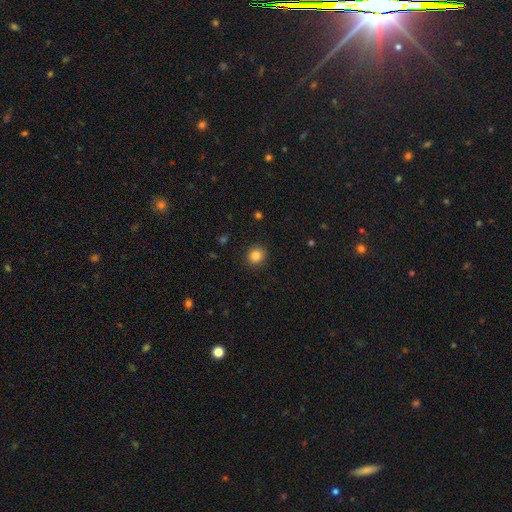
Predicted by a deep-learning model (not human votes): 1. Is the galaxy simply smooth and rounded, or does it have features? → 85% smooth, 10% star or artifact, 4% featured or disk.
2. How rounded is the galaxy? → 84% round, 15% in between, 1% cigar-shaped.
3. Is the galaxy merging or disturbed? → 91% none, 6% minor disturbance, 2% major disturbance, 1% merger.